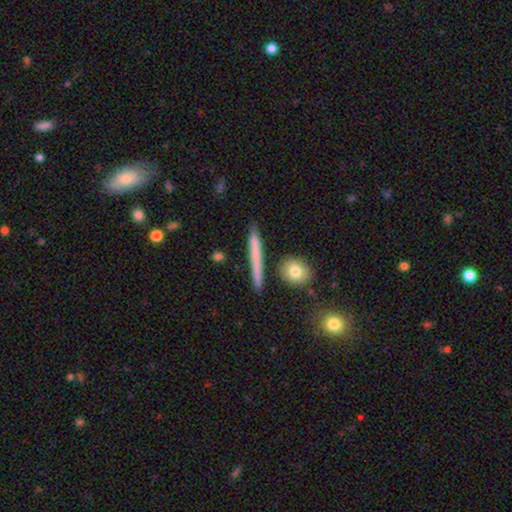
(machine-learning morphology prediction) Overall: smooth (58%; featured or disk 35%). How rounded: cigar-shaped (91%). Merging: none (85%).